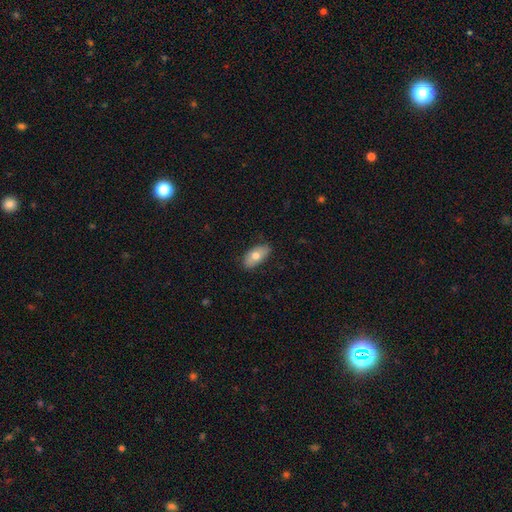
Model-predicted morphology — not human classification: This appears to be a smooth galaxy with no disk features (72%) that is in between round and cigar-shaped (90%). Merging: none (83%).